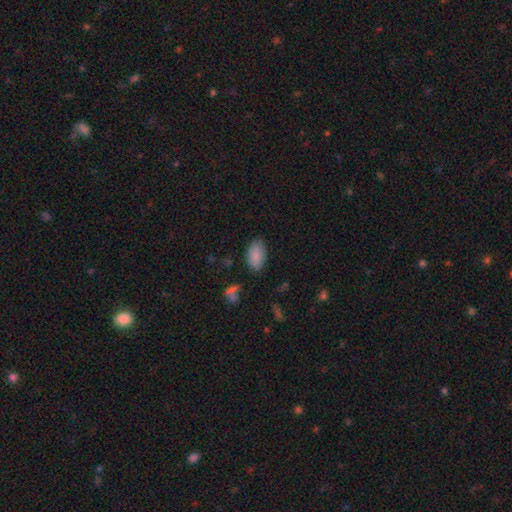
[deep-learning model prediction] This appears to be a smooth galaxy with no disk features (87%) that is in between round and cigar-shaped (94%). Merging: none (82%).